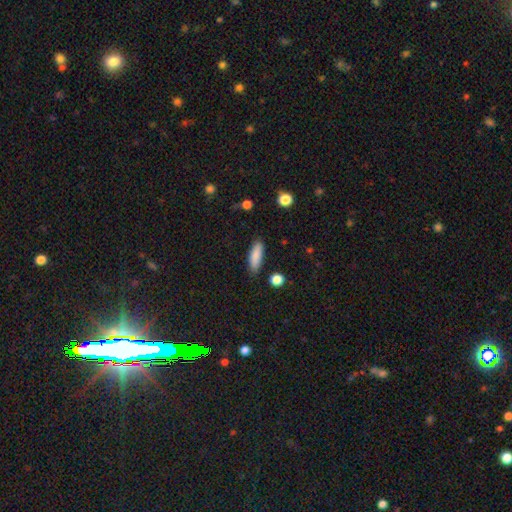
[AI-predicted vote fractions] smooth-or-featured: smooth: 86% | featured or disk: 8% | star or artifact: 7%
  how-rounded: in between: 51% | cigar-shaped: 47% | round: 2%
  merging: none: 85% | minor disturbance: 11% | major disturbance: 2% | merger: 2%